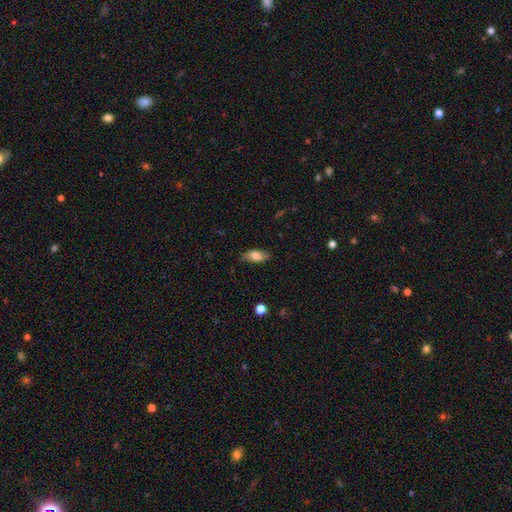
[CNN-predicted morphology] smooth 78%, featured or disk 14%, star or artifact 8%. Down the decision tree: how rounded — in between (80%); merging — none (77%).